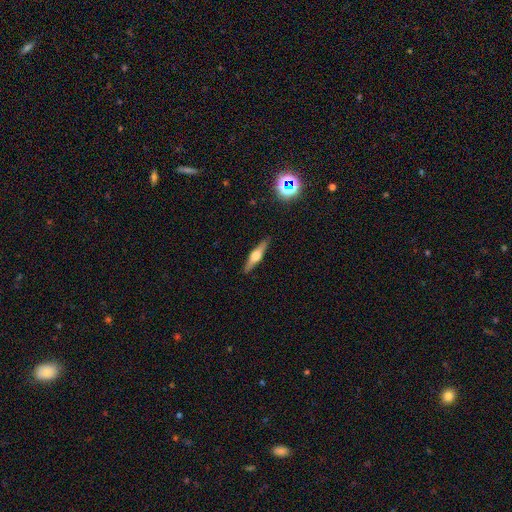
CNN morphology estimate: smooth-or-featured: featured or disk: 61% | smooth: 32% | star or artifact: 7%
  disk-edge-on: yes: 96% | no: 4%
    edge-on-bulge: rounded: 90% | boxy: 7% | none: 3%
  merging: none: 90% | minor disturbance: 7% | major disturbance: 2% | merger: 1%